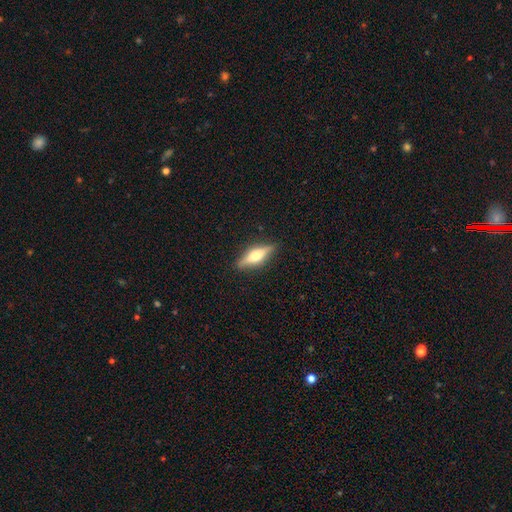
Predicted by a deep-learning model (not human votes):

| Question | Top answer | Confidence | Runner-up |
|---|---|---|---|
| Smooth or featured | featured or disk | 59% | smooth (35%) |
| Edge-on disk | yes | 95% | no (5%) |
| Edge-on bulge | rounded | 94% | boxy (4%) |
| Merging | none | 89% | minor disturbance (8%) |